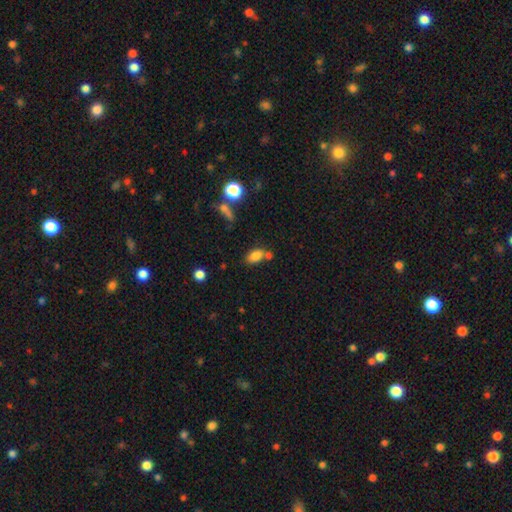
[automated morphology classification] The model was most divided on "merging": none: 57%, merger: 24%, minor disturbance: 14%, major disturbance: 5%. More confident: how rounded — in between (86%); smooth or featured — smooth (81%).